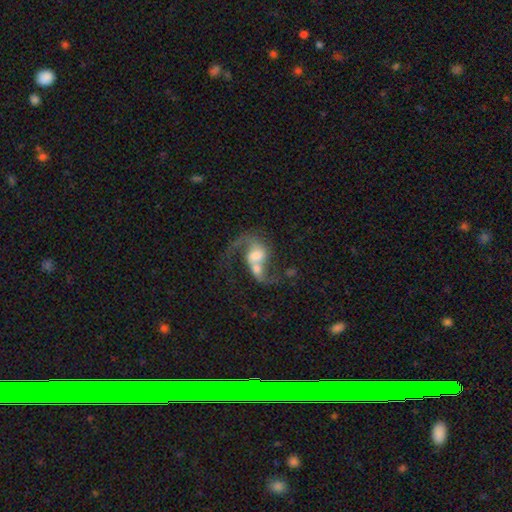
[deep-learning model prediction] The model was most divided on "bulge size": moderate: 40%, large: 29%, small: 17%, none: 9%, dominant: 5%. More confident: edge-on disk — no (97%); spiral arms — yes (88%); smooth or featured — featured or disk (73%); spiral arm count — 2 (73%); spiral winding — loose (71%); merging — merger (64%); bar — no (54%).